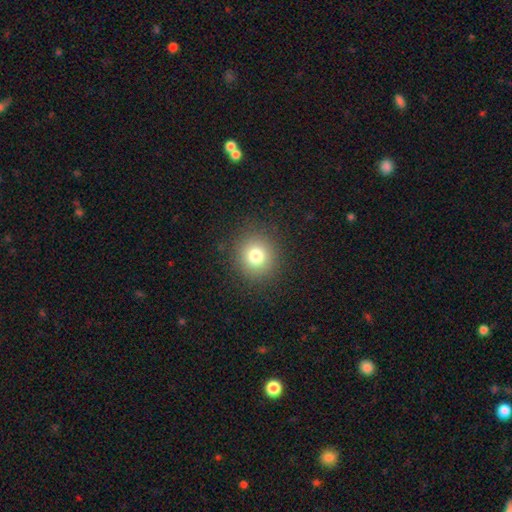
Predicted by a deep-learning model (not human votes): This appears to be a smooth galaxy with no disk features (78%) that is round (90%). Merging: none (89%).